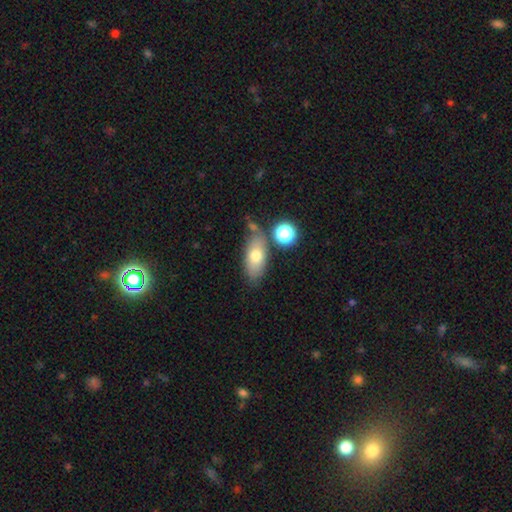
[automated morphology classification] Q: Smooth or featured?
A: smooth (69%); runner-up: featured or disk (22%)
Q: How rounded?
A: in between (82%); runner-up: cigar-shaped (10%)
Q: Merging?
A: none (67%); runner-up: minor disturbance (16%)